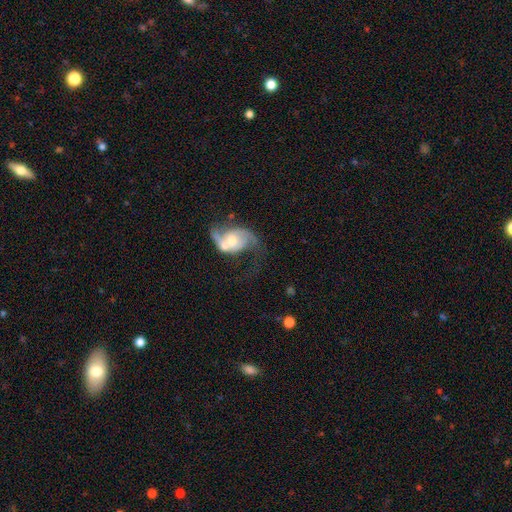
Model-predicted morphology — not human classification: This is likely a featured or disk galaxy (80%). It is clearly not viewed edge-on (97%). Bar: possibly no (52%). Spiral arm pattern: clearly yes (93%). Spiral arm count: clearly 2 (84%). Spiral winding: possibly loose (50%). Central bulge: possibly moderate (49%). Merging: possibly none (55%).